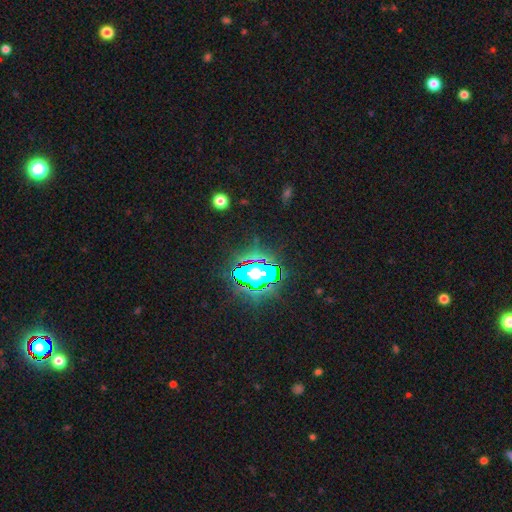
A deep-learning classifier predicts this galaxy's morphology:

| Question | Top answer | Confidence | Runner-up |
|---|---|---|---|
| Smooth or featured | star or artifact | 81% | smooth (12%) |